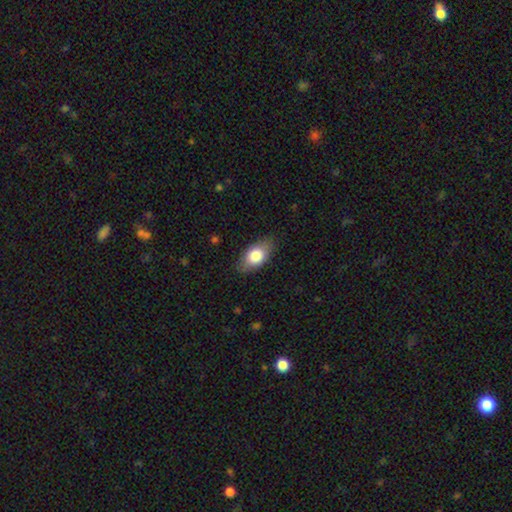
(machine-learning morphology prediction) This appears to be a smooth galaxy with no disk features (76%) that is in between round and cigar-shaped (89%). Merging: none (81%).